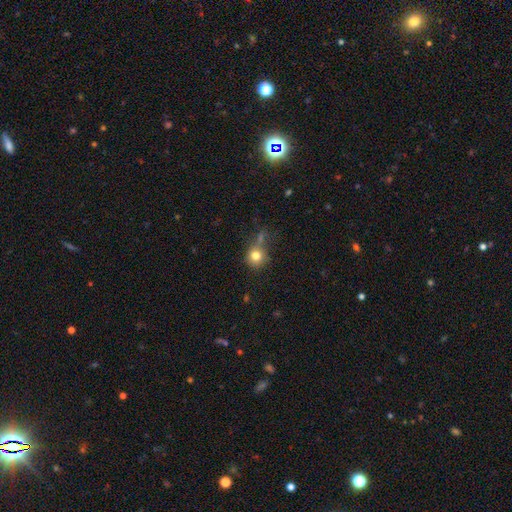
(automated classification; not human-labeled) smooth 78%, star or artifact 12%, featured or disk 9%. Down the decision tree: how rounded — round (87%); merging — none (57%).